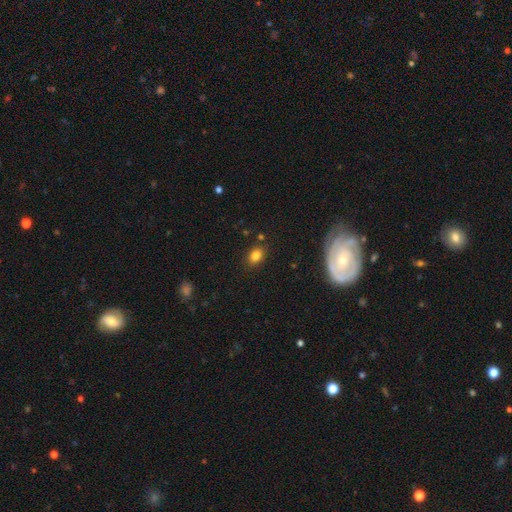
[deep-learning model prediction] This is clearly a smooth galaxy (81%). How rounded: likely in between (71%). Merging: clearly none (83%).